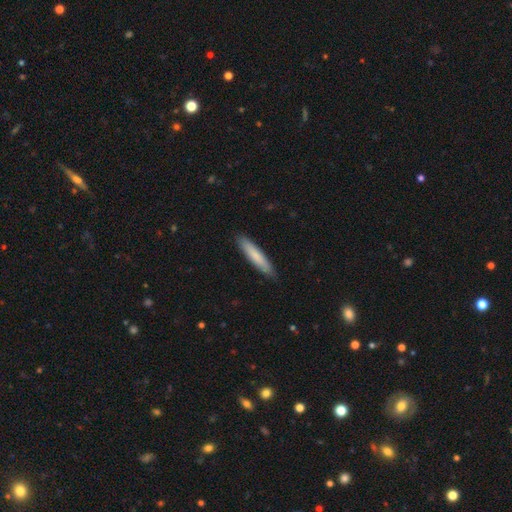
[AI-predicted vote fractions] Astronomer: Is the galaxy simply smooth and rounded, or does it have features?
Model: smooth — 78%.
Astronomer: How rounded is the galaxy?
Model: cigar-shaped — 89%.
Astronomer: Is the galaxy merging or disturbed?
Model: none — 89%.